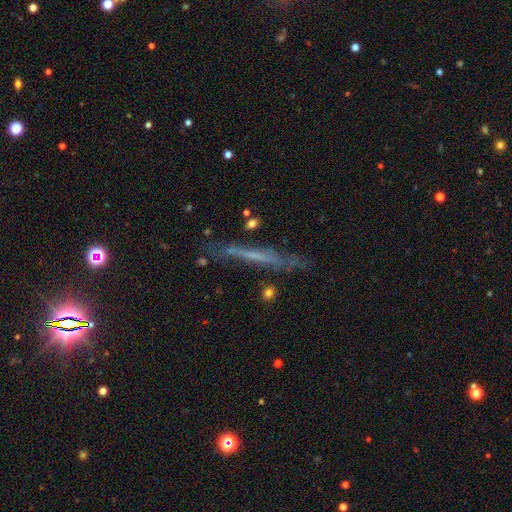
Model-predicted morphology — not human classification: featured or disk 53%, smooth 35%, star or artifact 12%. Down the decision tree: edge-on disk — yes (84%); merging — none (70%).